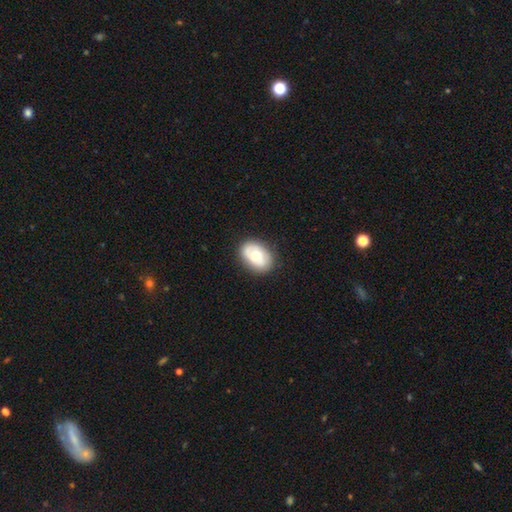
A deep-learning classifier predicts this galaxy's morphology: type=smooth (59%); roundness=in between (82%); merging=none (80%).